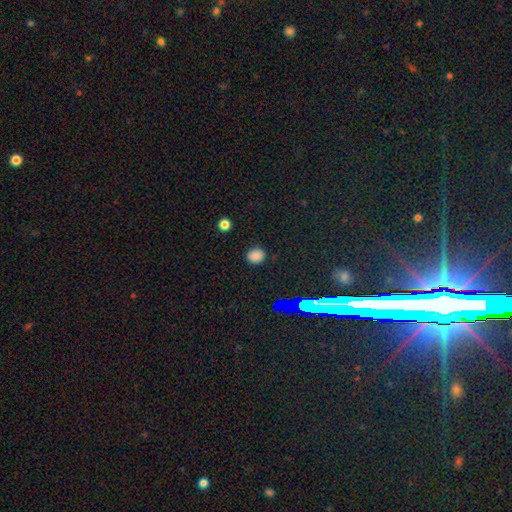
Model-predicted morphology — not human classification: This appears to be a smooth galaxy with no disk features (81%) that is round (75%). Merging: none (88%).